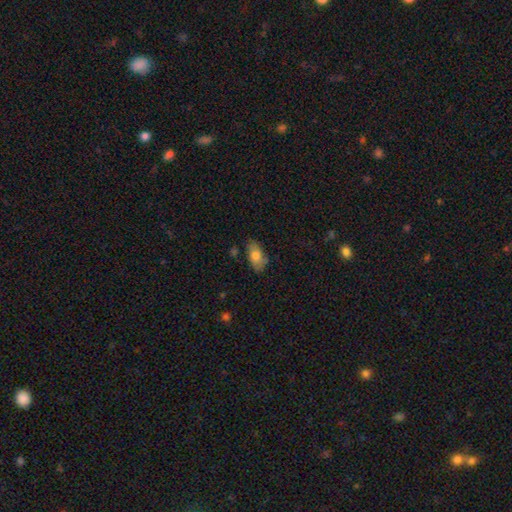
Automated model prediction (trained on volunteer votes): Morphology: type=smooth (76%); roundness=in between (90%); merging=none (71%).